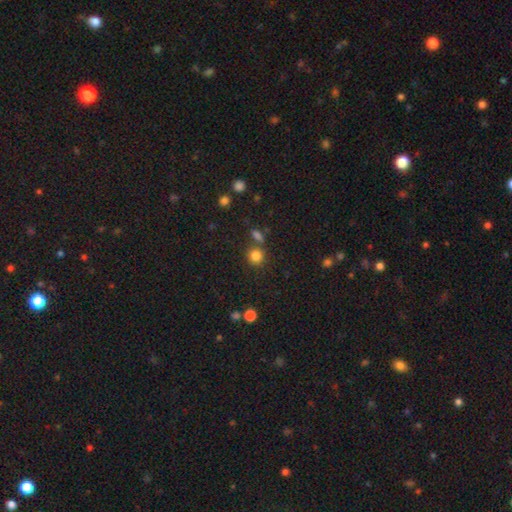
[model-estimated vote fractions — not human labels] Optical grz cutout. It shows a smooth galaxy with no disk features (82%) that is round (88%). Merging: none (72%).